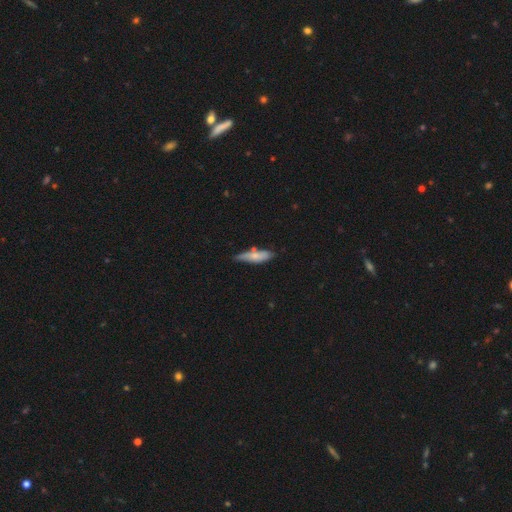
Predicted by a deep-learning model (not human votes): smooth_or_featured: smooth (p=0.68) [alt: featured or disk p=0.25]
how_rounded: cigar-shaped (p=0.57) [alt: in between p=0.41]
merging: none (p=0.62) [alt: minor disturbance p=0.26]